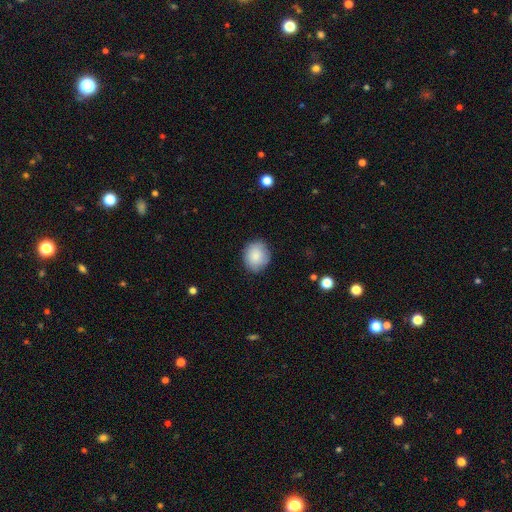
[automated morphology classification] This is clearly a smooth galaxy (86%). How rounded: likely round (71%). Merging: clearly none (83%).